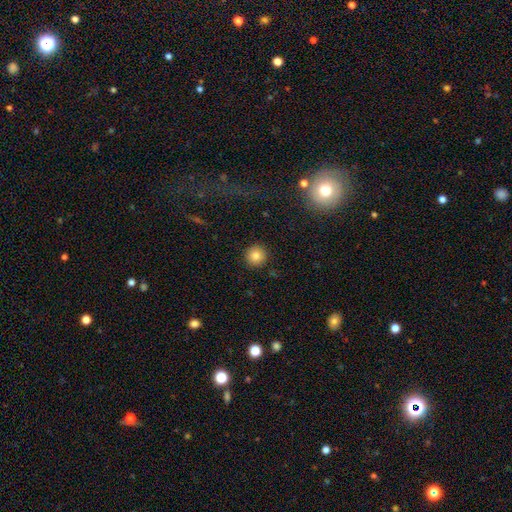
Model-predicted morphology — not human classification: Smooth or featured? smooth (83%)
How rounded? round (94%)
Merging? none (91%)